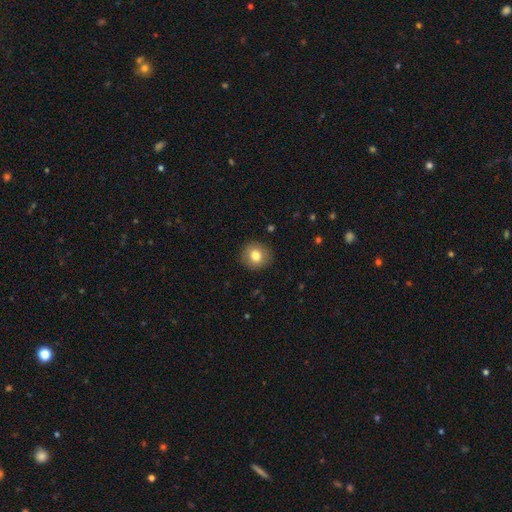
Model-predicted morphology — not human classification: A smooth galaxy with no disk features (79%) that is round (87%).

Vote fractions:
- Smooth or featured? smooth: 79% / featured or disk: 12% / star or artifact: 9%
- How rounded? round: 87% / in between: 13% / cigar-shaped: 1%
- Merging? none: 90% / minor disturbance: 7% / major disturbance: 2% / merger: 1%